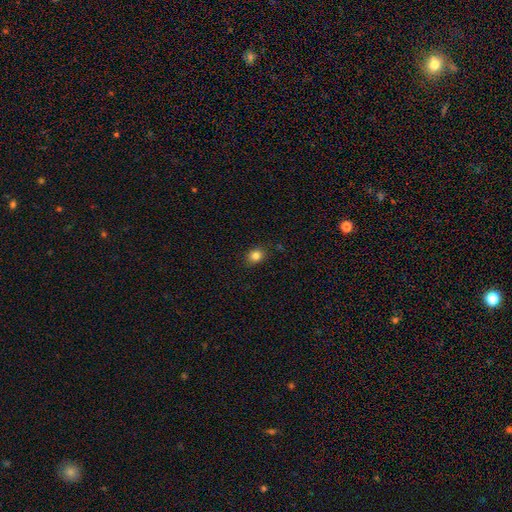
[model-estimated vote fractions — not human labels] The model was most divided on "how rounded": round: 63%, in between: 36%, cigar-shaped: 1%. More confident: merging — none (88%); smooth or featured — smooth (83%).